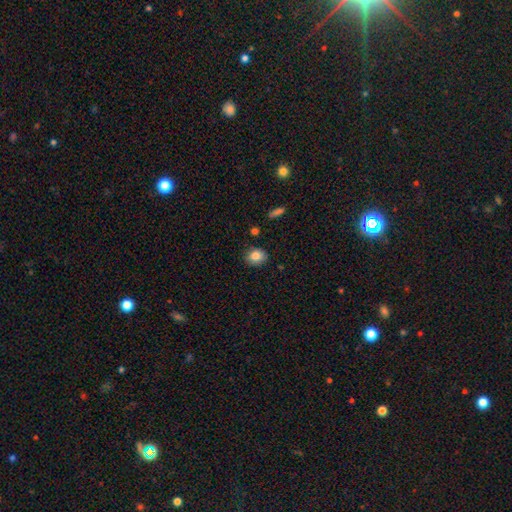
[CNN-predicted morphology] type=smooth (84%); roundness=round (61%); merging=none (83%).